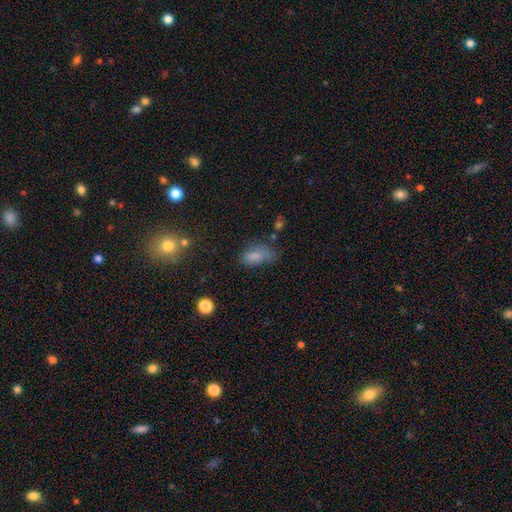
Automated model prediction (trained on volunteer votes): Smooth or featured? Predicted: smooth (p=0.76). How rounded? Predicted: in between (p=0.86). Merging? Predicted: none (p=0.52).